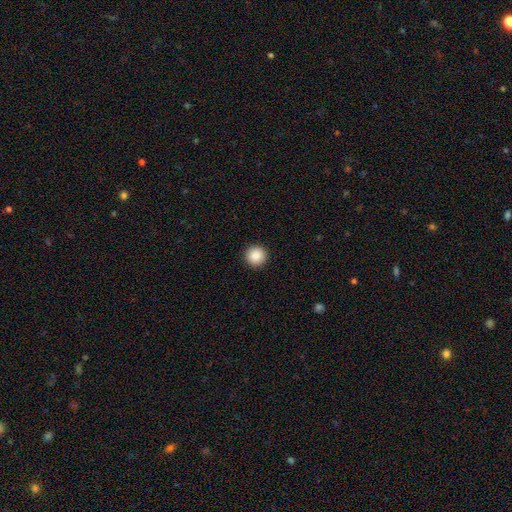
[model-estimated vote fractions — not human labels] A smooth galaxy with no disk features (86%) that is round (96%).

Vote fractions:
- Smooth or featured? smooth: 86% / star or artifact: 9% / featured or disk: 5%
- How rounded? round: 96% / in between: 3% / cigar-shaped: 1%
- Merging? none: 93% / minor disturbance: 4% / major disturbance: 2% / merger: 1%